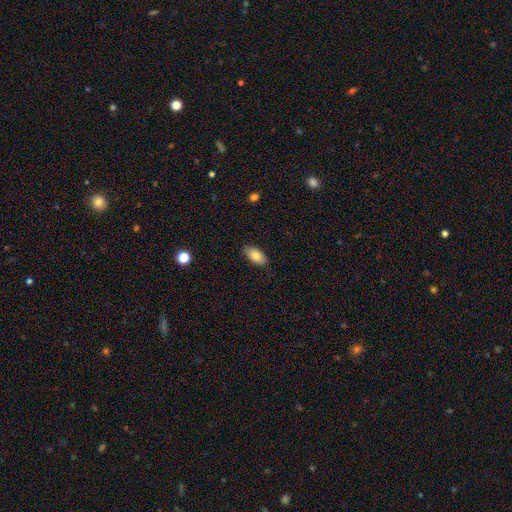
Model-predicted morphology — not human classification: smooth 85%, featured or disk 8%, star or artifact 7%. Down the decision tree: how rounded — in between (93%); merging — none (86%).